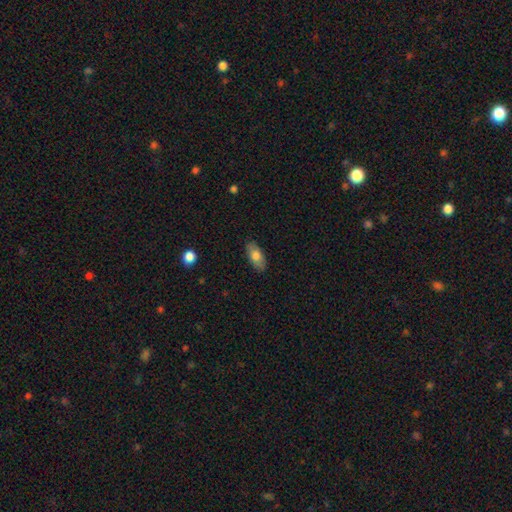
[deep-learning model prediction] smooth_or_featured: smooth (p=0.76) [alt: featured or disk p=0.17]
how_rounded: in between (p=0.89) [alt: cigar-shaped p=0.08]
merging: none (p=0.86) [alt: minor disturbance p=0.11]